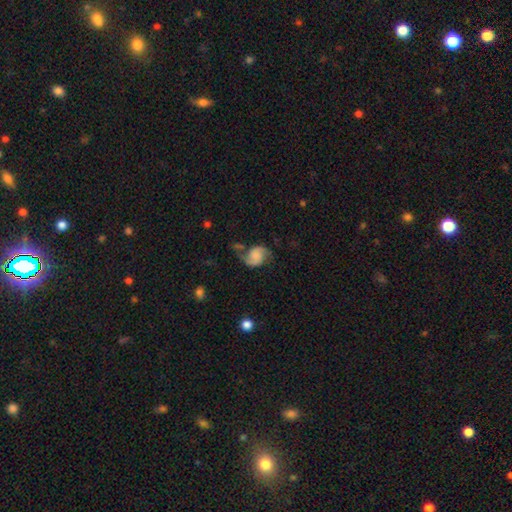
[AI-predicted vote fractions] This is likely a featured or disk galaxy (77%). It is clearly not viewed edge-on (98%). Bar: likely no (65%). Spiral arm pattern: clearly yes (96%). Spiral arm count: clearly 2 (92%). Spiral winding: possibly loose (47%). Central bulge: possibly none (52%). Merging: possibly none (59%).